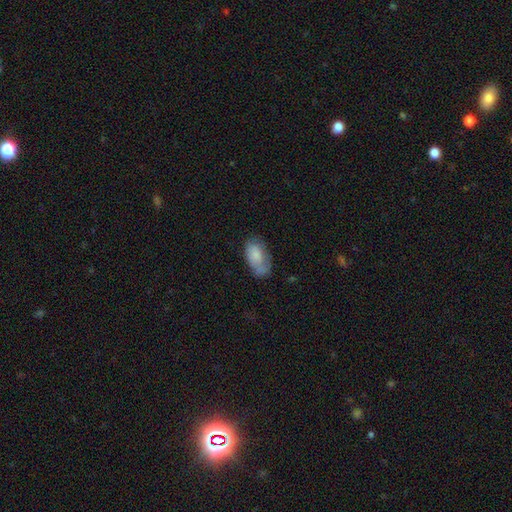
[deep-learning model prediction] This appears to be a smooth galaxy with no disk features (76%) that is in between round and cigar-shaped (93%). Merging: none (49%).